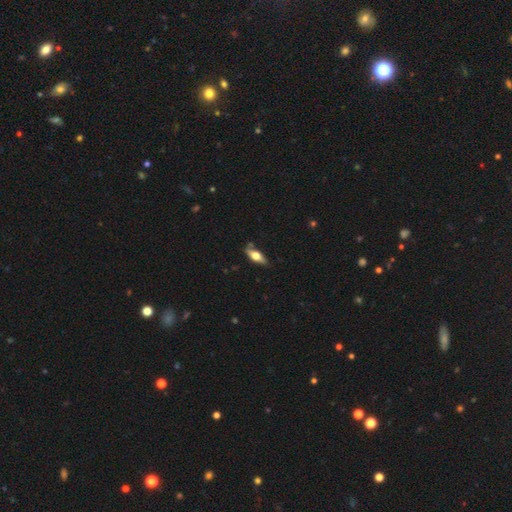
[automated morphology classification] Smooth or featured? Predicted: smooth (p=0.49). Merging? Predicted: none (p=0.76).